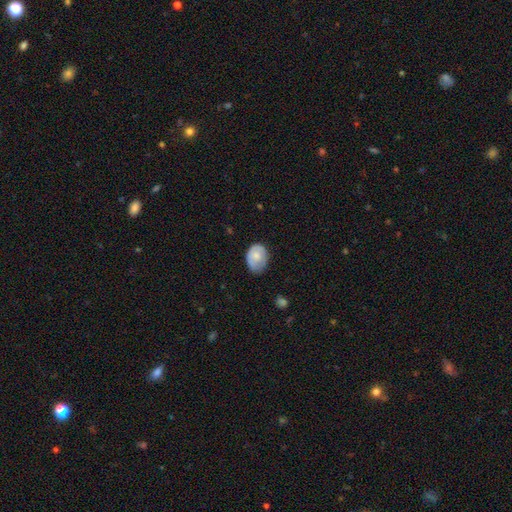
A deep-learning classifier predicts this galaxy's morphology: Smooth or featured: smooth — 68% (featured or disk — 26%)
How rounded: in between — 66% (round — 33%)
Merging: none — 56% (minor disturbance — 33%)